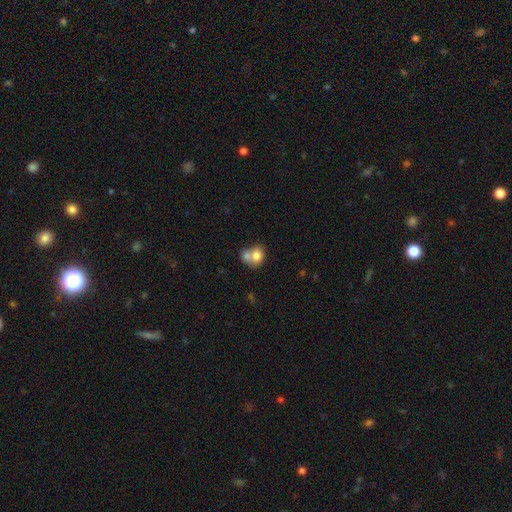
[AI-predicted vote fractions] This is likely a smooth galaxy (75%). How rounded: possibly round (57%). Merging: likely merger (60%).